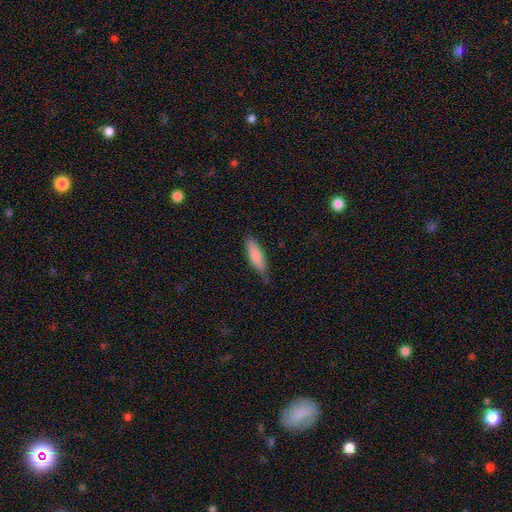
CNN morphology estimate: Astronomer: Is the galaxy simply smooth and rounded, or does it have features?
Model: smooth — 83%.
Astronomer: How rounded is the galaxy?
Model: cigar-shaped — 51% (runner-up: in between, 48%).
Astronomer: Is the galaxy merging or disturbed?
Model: none — 74%.